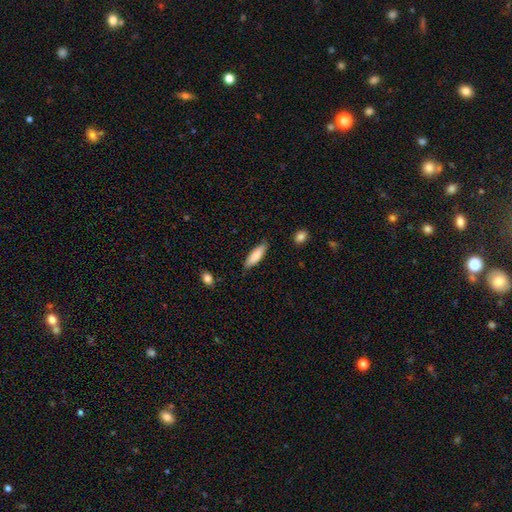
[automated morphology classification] smooth-or-featured: smooth: 84% | featured or disk: 10% | star or artifact: 6%
  how-rounded: cigar-shaped: 53% | in between: 46% | round: 1%
  merging: none: 82% | minor disturbance: 14% | major disturbance: 2% | merger: 1%